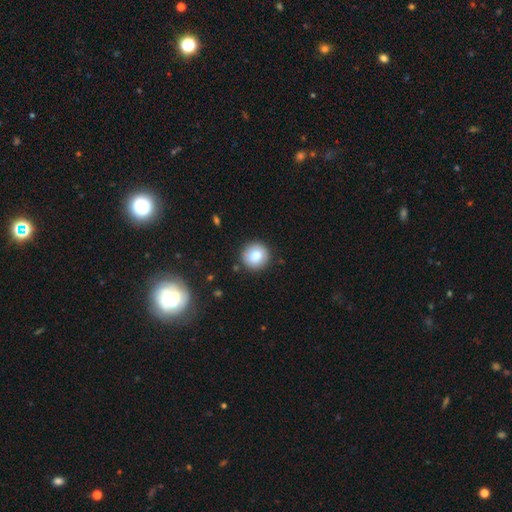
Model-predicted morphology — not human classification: Smooth or featured? Predicted: smooth (p=0.82). How rounded? Predicted: round (p=0.94). Merging? Predicted: none (p=0.88).